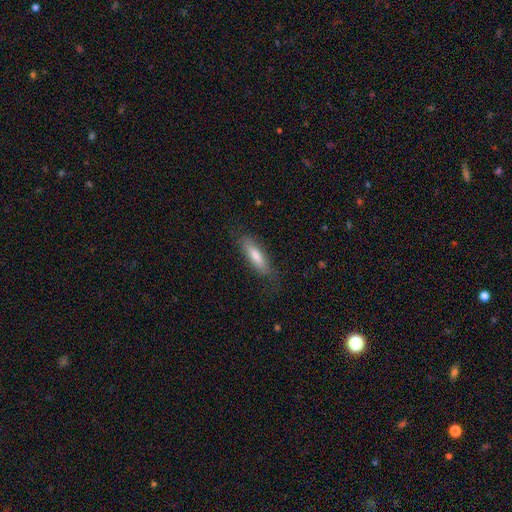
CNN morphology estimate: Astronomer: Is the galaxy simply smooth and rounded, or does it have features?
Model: smooth — 71%.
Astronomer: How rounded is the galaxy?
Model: cigar-shaped — 62%.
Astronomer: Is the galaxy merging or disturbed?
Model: none — 75%.